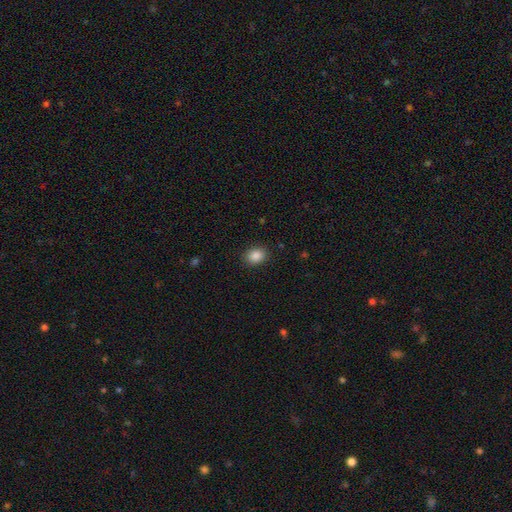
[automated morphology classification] Overall: smooth (88%). How rounded: in between (60%; round 39%). Merging: none (88%).